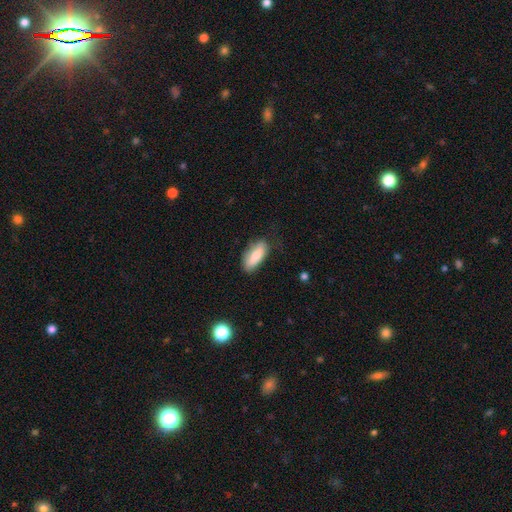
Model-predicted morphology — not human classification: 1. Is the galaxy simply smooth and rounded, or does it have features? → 81% smooth, 12% featured or disk, 6% star or artifact.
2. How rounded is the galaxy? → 80% in between, 18% cigar-shaped, 2% round.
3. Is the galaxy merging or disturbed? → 70% none, 22% minor disturbance, 6% major disturbance, 2% merger.